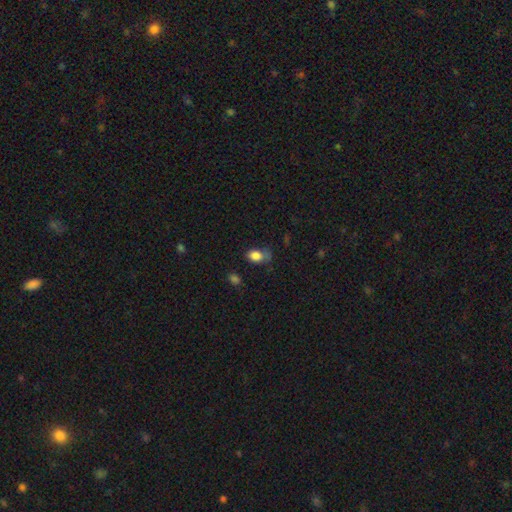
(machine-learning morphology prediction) smooth_or_featured: smooth (p=0.84) [alt: star or artifact p=0.10]
how_rounded: in between (p=0.77) [alt: round p=0.22]
merging: none (p=0.49) [alt: minor disturbance p=0.33]